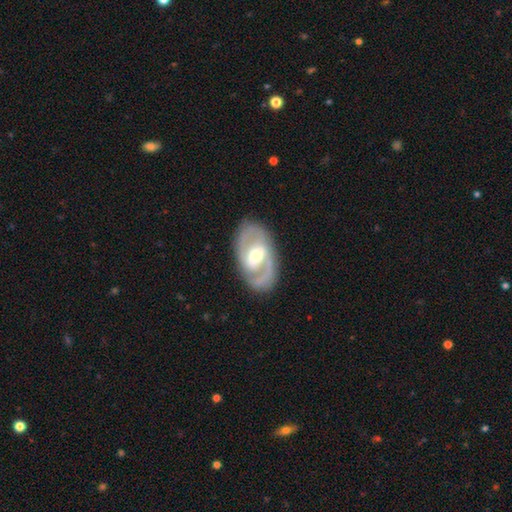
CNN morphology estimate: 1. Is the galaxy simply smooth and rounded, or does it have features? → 80% featured or disk, 15% smooth, 5% star or artifact.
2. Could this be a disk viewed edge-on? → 95% no, 5% yes.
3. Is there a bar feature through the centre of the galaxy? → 44% weak, 35% strong, 21% no.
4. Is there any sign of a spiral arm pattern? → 80% yes, 20% no.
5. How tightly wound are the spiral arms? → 49% medium, 33% tight, 17% loose.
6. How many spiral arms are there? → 84% 2, 8% can't tell, 4% 1, 2% 3, 1% 4, 1% more than 4.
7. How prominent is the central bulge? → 63% moderate, 26% small, 8% large, 1% none, 1% dominant.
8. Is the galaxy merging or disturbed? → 83% none, 11% minor disturbance, 5% major disturbance, 1% merger.